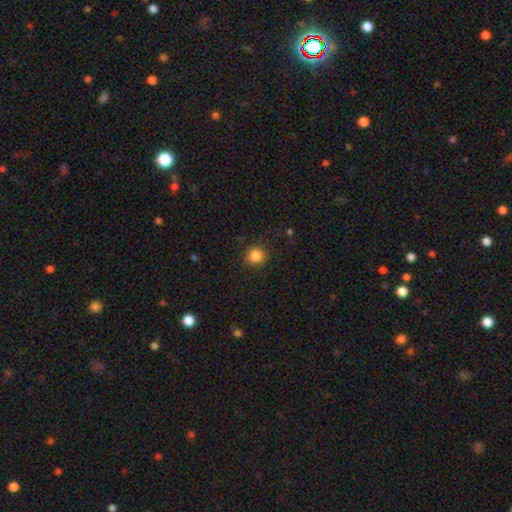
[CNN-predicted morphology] The model was most divided on "smooth or featured": smooth: 85%, star or artifact: 11%, featured or disk: 4%. More confident: how rounded — round (89%); merging — none (88%).